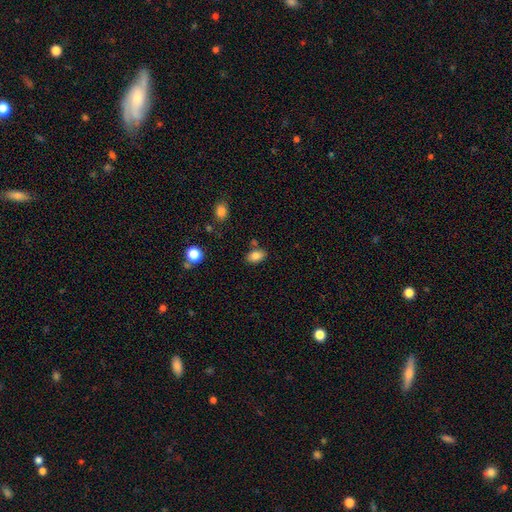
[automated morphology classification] The model was most divided on "merging": none: 75%, minor disturbance: 14%, merger: 8%, major disturbance: 3%. More confident: how rounded — in between (86%); smooth or featured — smooth (84%).